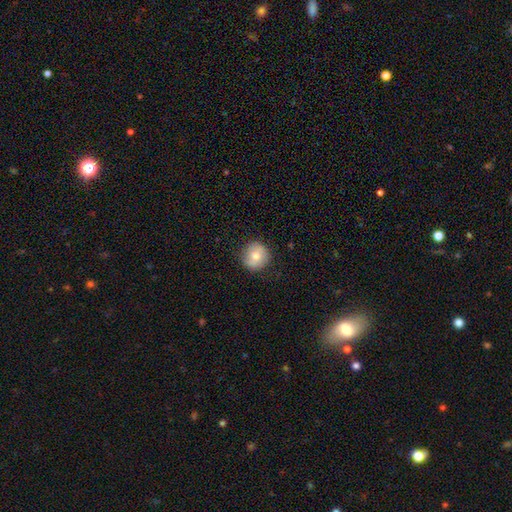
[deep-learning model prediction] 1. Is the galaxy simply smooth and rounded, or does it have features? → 72% smooth, 20% featured or disk, 8% star or artifact.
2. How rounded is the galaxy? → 92% round, 7% in between, 1% cigar-shaped.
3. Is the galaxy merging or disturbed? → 84% none, 12% minor disturbance, 3% major disturbance, 1% merger.